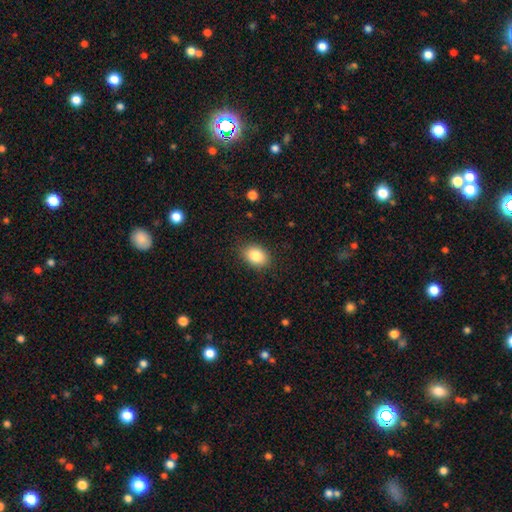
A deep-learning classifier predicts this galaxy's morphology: Q: Smooth or featured?
A: smooth (84%); runner-up: star or artifact (9%)
Q: How rounded?
A: in between (71%); runner-up: round (28%)
Q: Merging?
A: none (86%); runner-up: minor disturbance (11%)